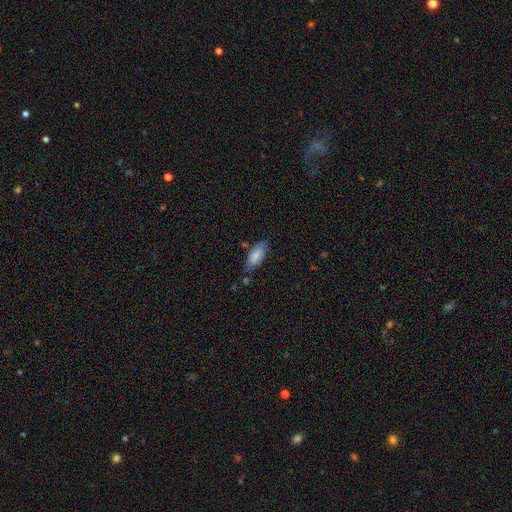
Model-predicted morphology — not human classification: This is likely a smooth galaxy (78%). How rounded: clearly in between (81%). Merging: likely none (67%).